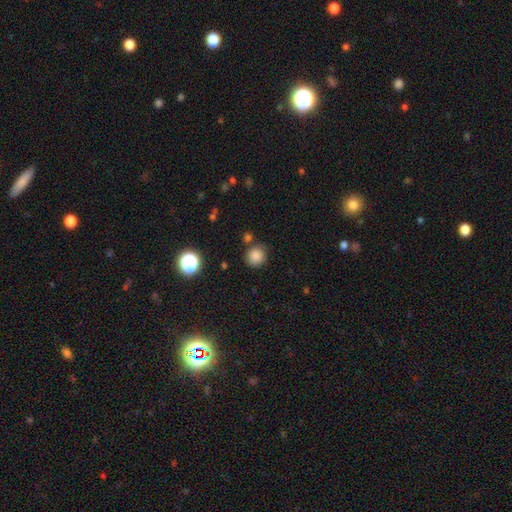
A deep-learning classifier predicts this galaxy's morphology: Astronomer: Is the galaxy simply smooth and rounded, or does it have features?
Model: smooth — 84%.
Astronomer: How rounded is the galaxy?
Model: round — 90%.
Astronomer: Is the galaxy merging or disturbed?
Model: none — 79%.